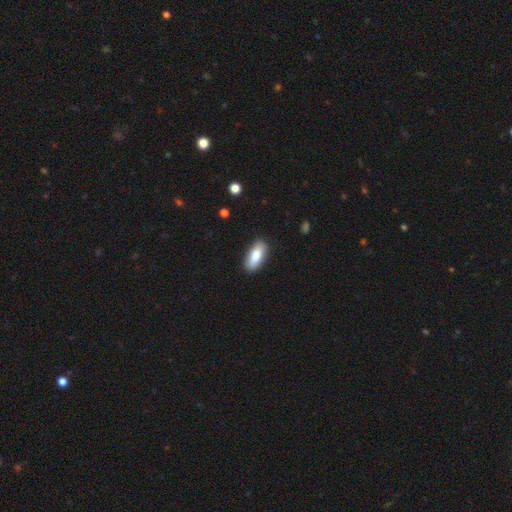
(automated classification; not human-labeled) Overall: smooth (84%). How rounded: in between (85%). Merging: none (87%).